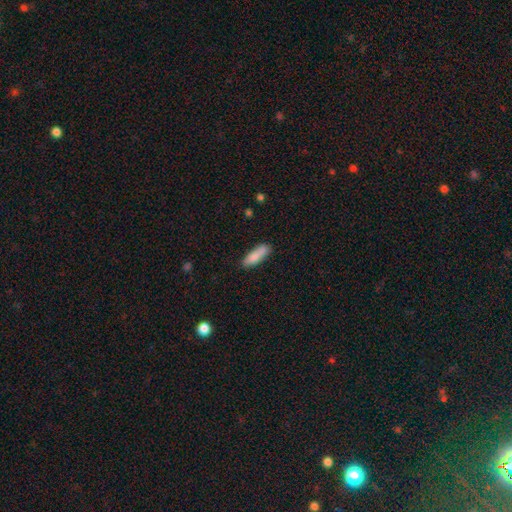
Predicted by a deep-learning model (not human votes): The model was most divided on "how rounded": cigar-shaped: 54%, in between: 44%, round: 2%. More confident: smooth or featured — smooth (83%); merging — none (77%).